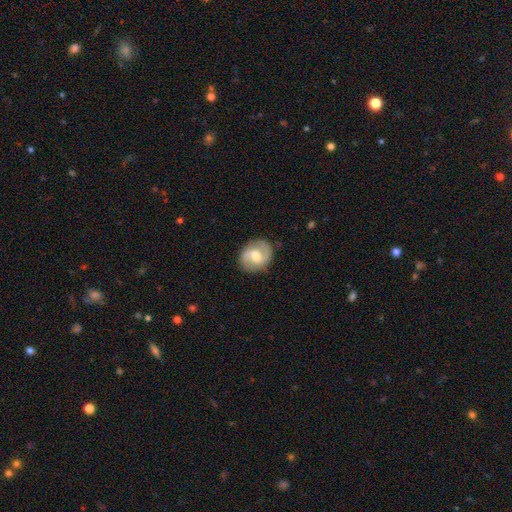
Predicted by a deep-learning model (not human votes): Morphology: type=featured or disk (65%); edge-on=no (97%); bar=weak (52%); spiral arms=yes (84%); winding=medium (48%); arm count=2 (87%); bulge=moderate (69%); merging=none (84%).